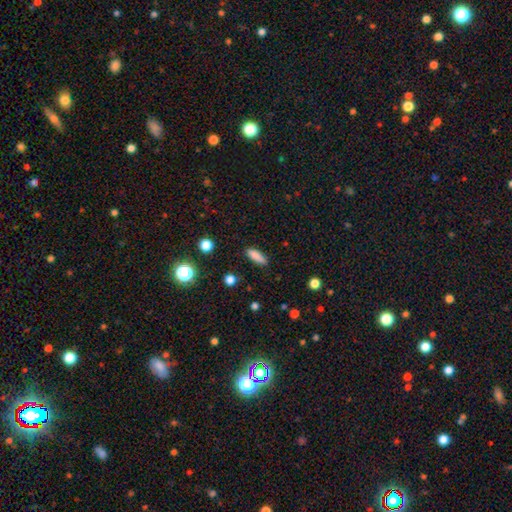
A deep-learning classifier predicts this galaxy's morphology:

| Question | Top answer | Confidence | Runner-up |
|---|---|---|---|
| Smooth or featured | smooth | 83% | star or artifact (9%) |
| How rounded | cigar-shaped | 49% | in between (48%) |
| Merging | none | 85% | minor disturbance (11%) |